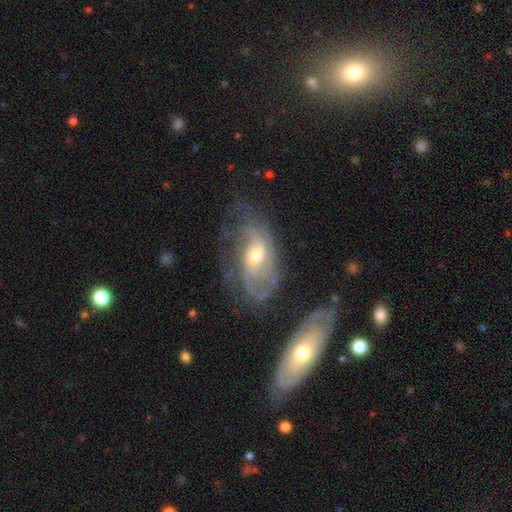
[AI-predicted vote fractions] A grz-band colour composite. It shows a featured or disk galaxy (85%) with no bar (60%), 2 (33%, tied with can't tell) tight (48%) spiral arms (94%) and a moderate central bulge (56%). Merging: none (60%).